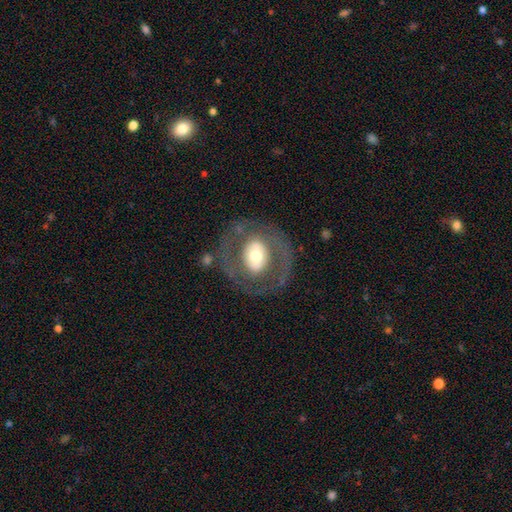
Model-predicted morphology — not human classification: type=featured or disk (60%); edge-on=no (94%); bar=no (67%); spiral arms=no (71%); bulge=moderate (58%); merging=none (76%).